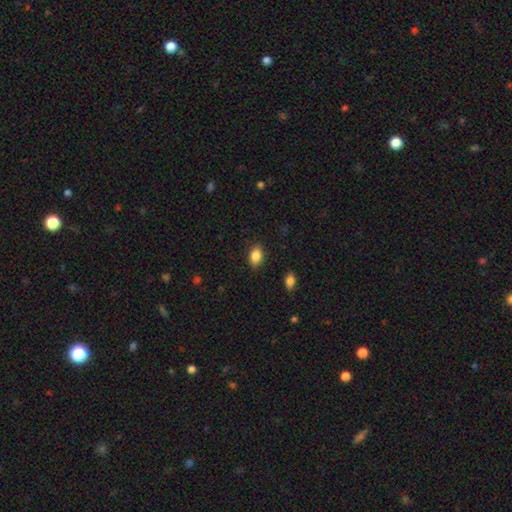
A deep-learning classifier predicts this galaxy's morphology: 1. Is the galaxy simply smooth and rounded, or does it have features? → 86% smooth, 8% star or artifact, 5% featured or disk.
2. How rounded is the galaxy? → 85% in between, 13% round, 2% cigar-shaped.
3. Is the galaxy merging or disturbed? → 85% none, 11% minor disturbance, 3% major disturbance, 1% merger.